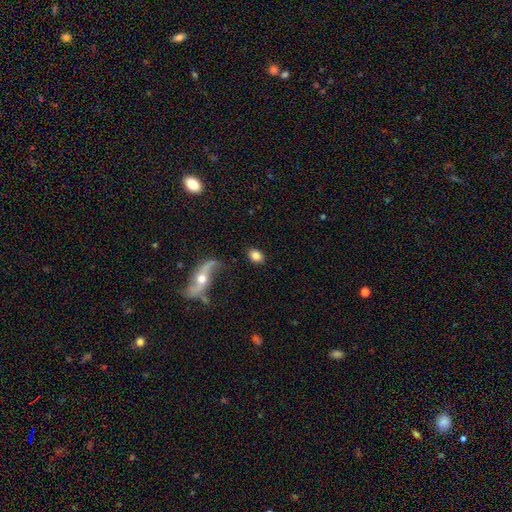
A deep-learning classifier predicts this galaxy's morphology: Overall: smooth (79%). How rounded: in between (75%). Merging: none (84%).